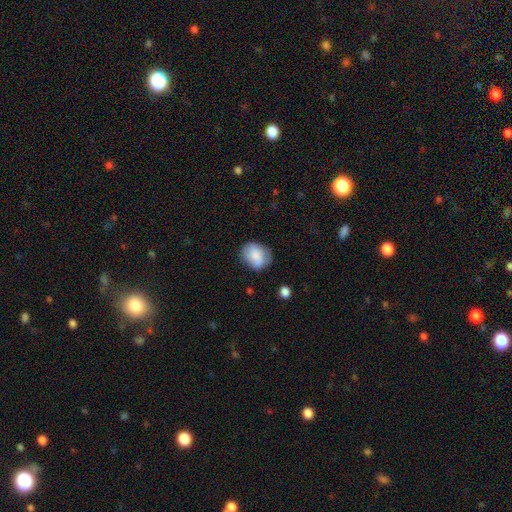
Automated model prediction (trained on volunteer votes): The model was most divided on "how rounded": in between: 52%, round: 47%, cigar-shaped: 1%. More confident: smooth or featured — smooth (79%); merging — none (69%).